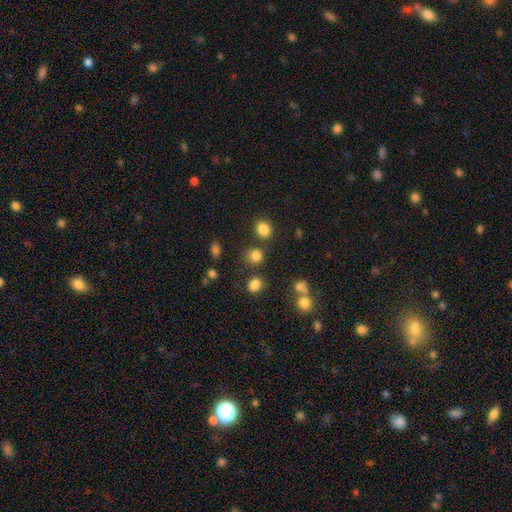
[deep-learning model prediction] This appears to be a smooth galaxy with no disk features (81%) that is round (79%). Merging: none (77%).